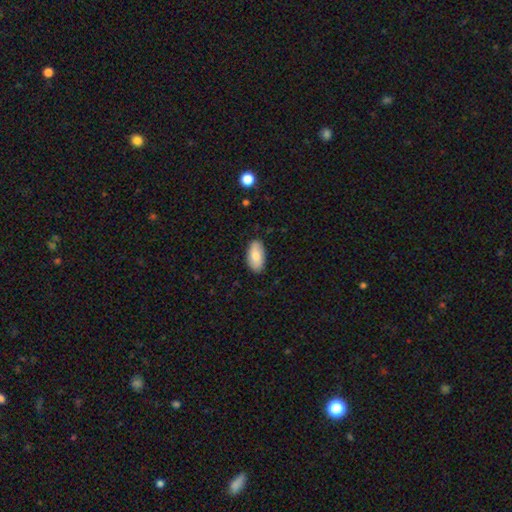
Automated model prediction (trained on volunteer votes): Morphology: type=smooth (82%); roundness=in between (95%); merging=none (85%).